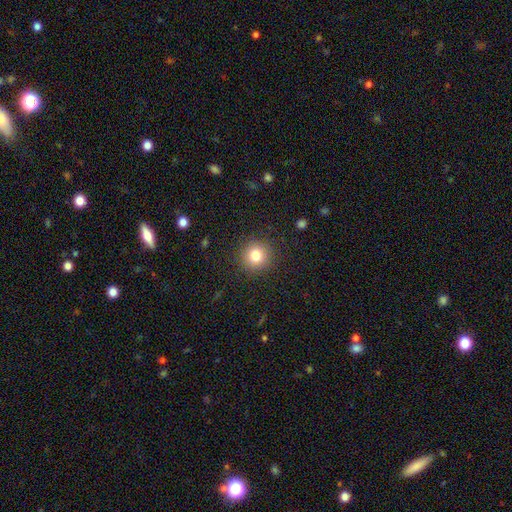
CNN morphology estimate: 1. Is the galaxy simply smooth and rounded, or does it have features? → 80% smooth, 11% star or artifact, 8% featured or disk.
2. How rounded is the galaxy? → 93% round, 6% in between, 1% cigar-shaped.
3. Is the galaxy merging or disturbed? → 90% none, 7% minor disturbance, 3% major disturbance, 1% merger.